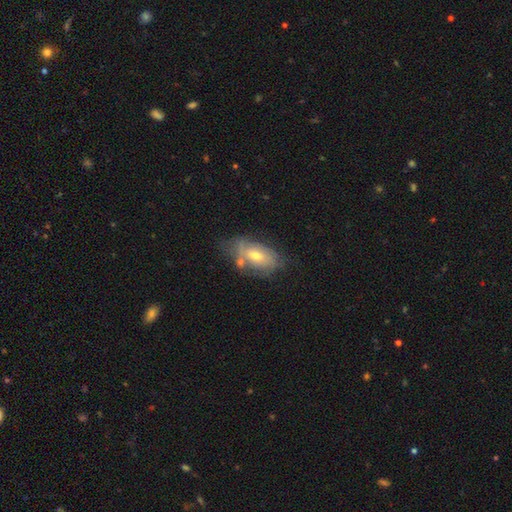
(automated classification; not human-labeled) Overall: featured or disk (49%; smooth 43%). Merging: none (47%; minor disturbance 28%).